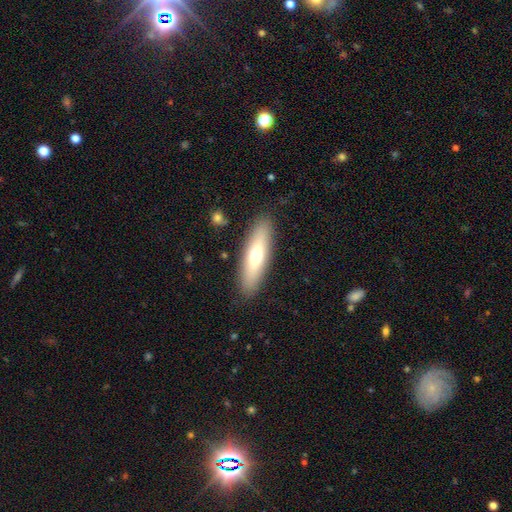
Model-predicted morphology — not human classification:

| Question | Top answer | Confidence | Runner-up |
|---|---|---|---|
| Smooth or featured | smooth | 62% | featured or disk (32%) |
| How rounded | cigar-shaped | 58% | in between (40%) |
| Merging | none | 88% | minor disturbance (8%) |